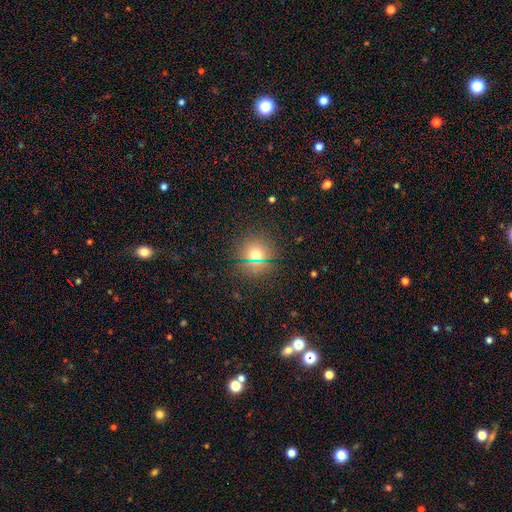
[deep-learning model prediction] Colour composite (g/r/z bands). It shows a smooth galaxy with no disk features (68%) that is round (92%). Merging: none (88%).